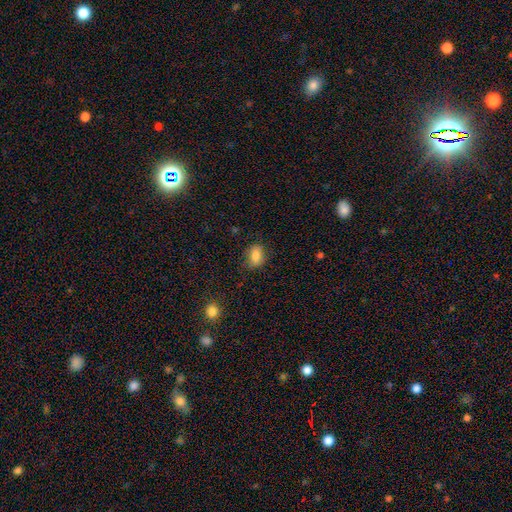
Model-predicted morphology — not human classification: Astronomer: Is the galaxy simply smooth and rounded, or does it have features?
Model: smooth — 82%.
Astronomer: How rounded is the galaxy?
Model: in between — 76%.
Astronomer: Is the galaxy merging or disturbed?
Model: none — 76%.